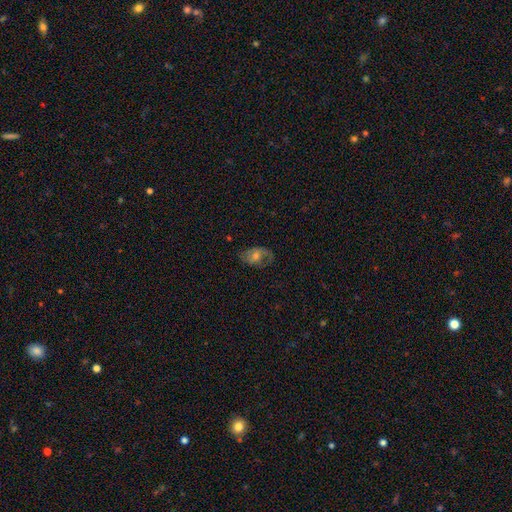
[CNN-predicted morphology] Smooth or featured? featured or disk (54%)
Edge-on disk? no (94%)
Bar? no (70%)
Spiral arms? yes (74%)
Bulge size? moderate (58%)
Merging? none (64%)